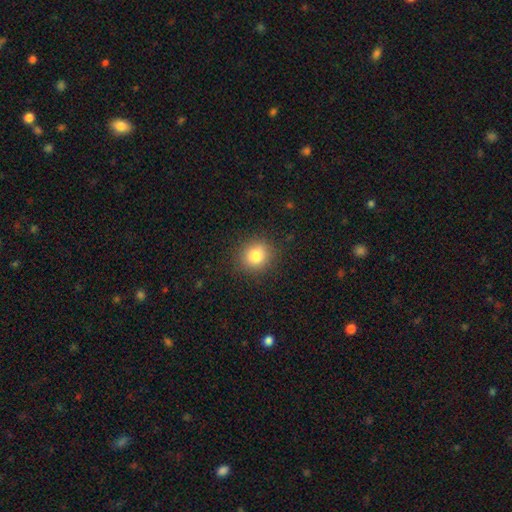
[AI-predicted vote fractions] Smooth or featured?
  - smooth: 82% *
  - star or artifact: 11%
  - featured or disk: 7%
How rounded?
  - round: 84% *
  - in between: 15%
  - cigar-shaped: 1%
Merging?
  - none: 89% *
  - minor disturbance: 7%
  - major disturbance: 3%
  - merger: 1%